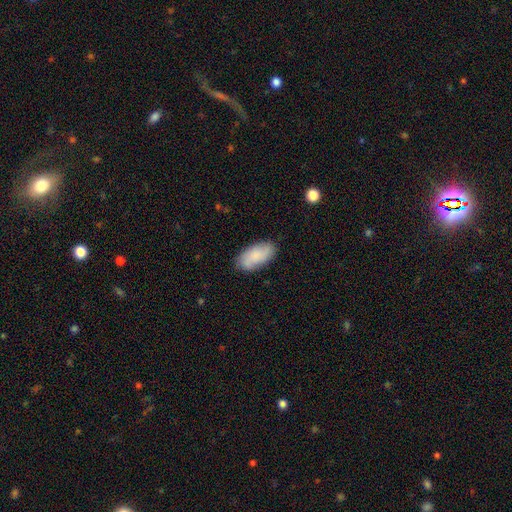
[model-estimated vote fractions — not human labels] Overall: smooth (80%). How rounded: in between (92%). Merging: none (82%).